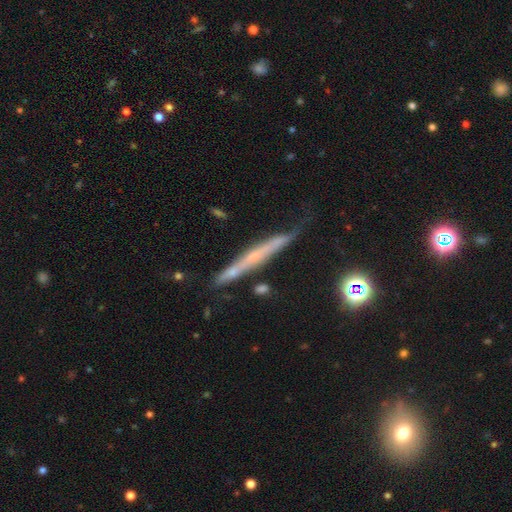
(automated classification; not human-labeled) Smooth or featured?
  - featured or disk: 60% *
  - smooth: 31%
  - star or artifact: 10%
Edge-on disk?
  - yes: 92% *
  - no: 8%
Edge-on bulge?
  - none: 66% *
  - rounded: 27%
  - boxy: 7%
Merging?
  - none: 67% *
  - minor disturbance: 23%
  - major disturbance: 5%
  - merger: 5%